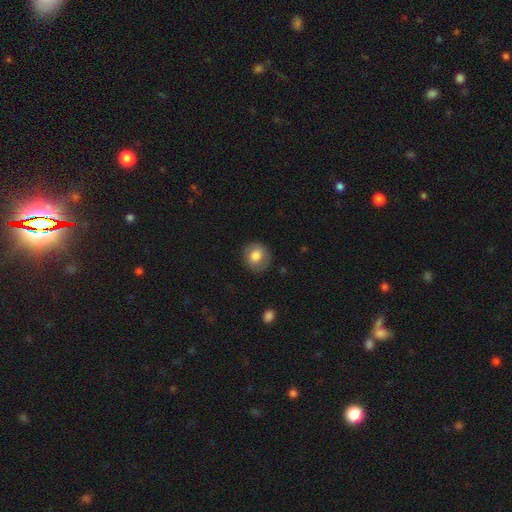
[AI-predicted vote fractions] Smooth or featured: smooth — 78% (featured or disk — 14%)
How rounded: round — 83% (in between — 16%)
Merging: none — 83% (minor disturbance — 12%)